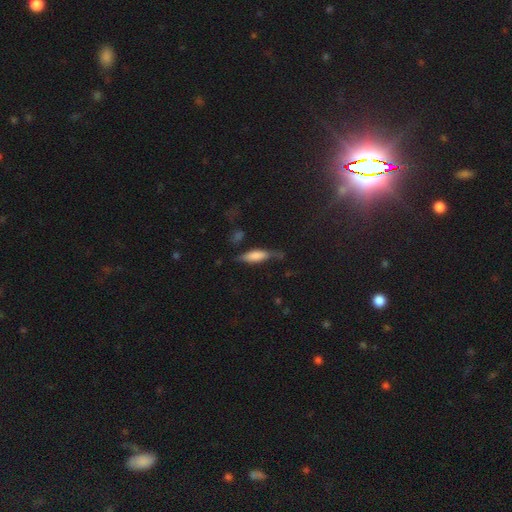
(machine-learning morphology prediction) A smooth galaxy with no disk features (63%) that is cigar-shaped (53%). Merging: none (58%).